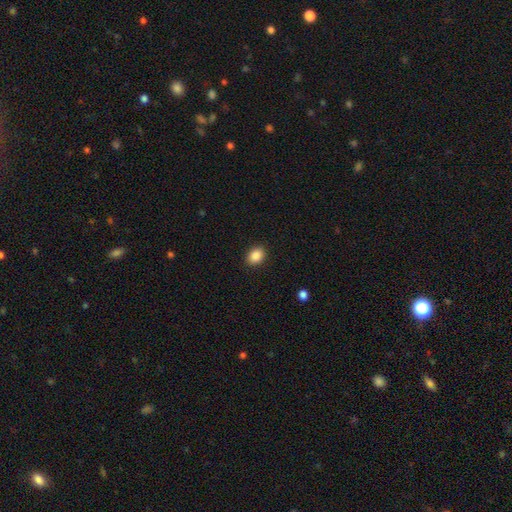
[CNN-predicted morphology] A smooth galaxy with no disk features (88%) that is in between round and cigar-shaped (66%).

Vote fractions:
- Smooth or featured? smooth: 88% / star or artifact: 9% / featured or disk: 4%
- How rounded? in between: 66% / round: 33% / cigar-shaped: 1%
- Merging? none: 90% / minor disturbance: 7% / major disturbance: 2% / merger: 1%